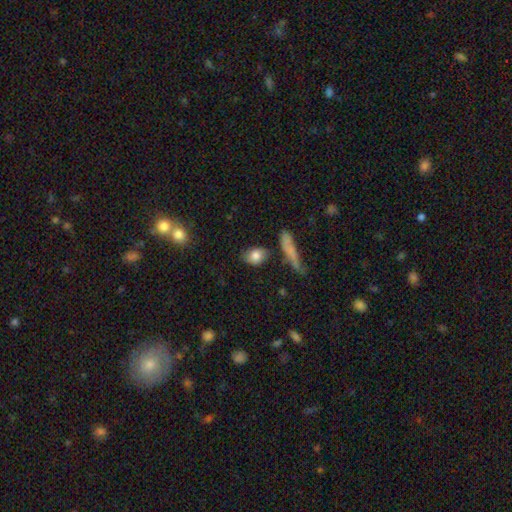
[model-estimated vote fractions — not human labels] Smooth or featured? smooth (79%)
How rounded? in between (70%)
Merging? none (70%)